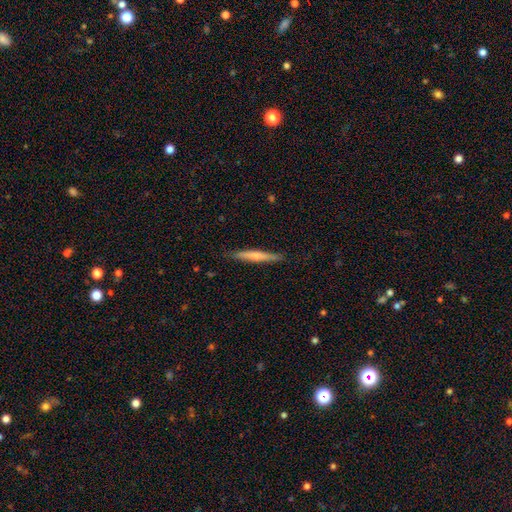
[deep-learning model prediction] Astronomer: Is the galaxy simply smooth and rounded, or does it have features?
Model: smooth — 56% (runner-up: featured or disk, 39%).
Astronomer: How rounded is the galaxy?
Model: cigar-shaped — 95%.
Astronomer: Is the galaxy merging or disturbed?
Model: none — 87%.